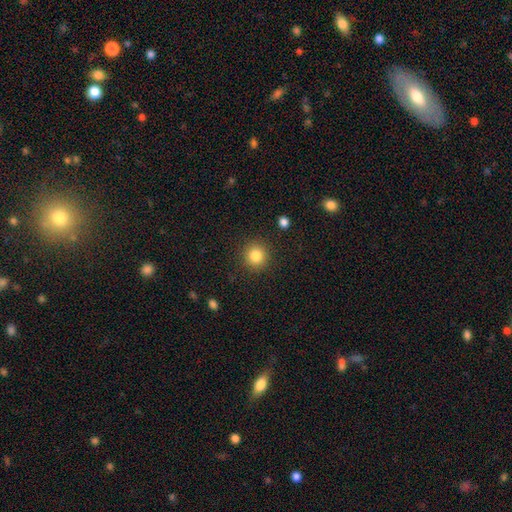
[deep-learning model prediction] Overall: smooth (83%). How rounded: round (93%). Merging: none (90%).